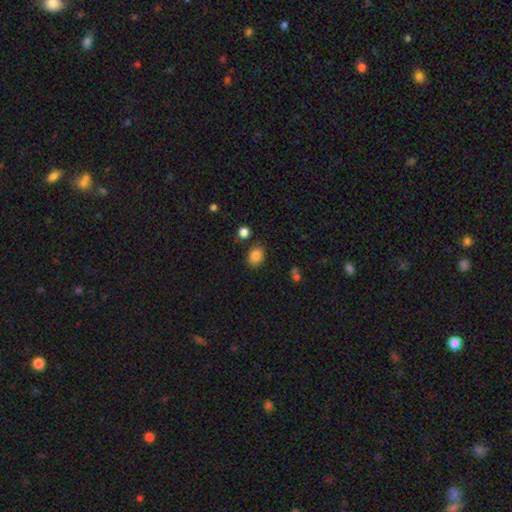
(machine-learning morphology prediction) Smooth or featured: smooth — 85% (star or artifact — 10%)
How rounded: in between — 62% (round — 37%)
Merging: none — 82% (minor disturbance — 11%)